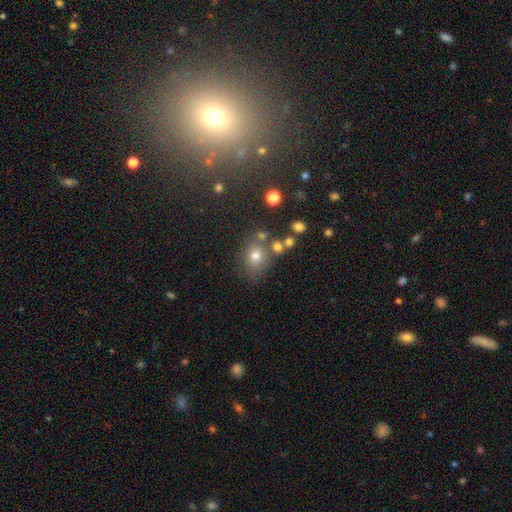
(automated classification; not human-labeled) smooth_or_featured: smooth (p=0.69) [alt: star or artifact p=0.19]
how_rounded: round (p=0.58) [alt: in between p=0.41]
merging: none (p=0.66) [alt: merger p=0.15]